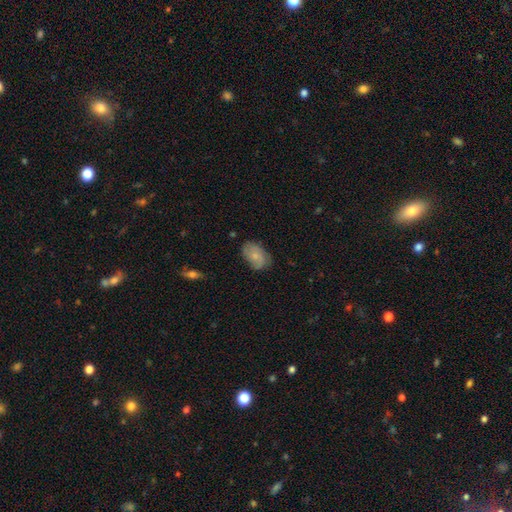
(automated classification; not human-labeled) Smooth or featured? smooth (59%)
How rounded? in between (87%)
Merging? none (68%)